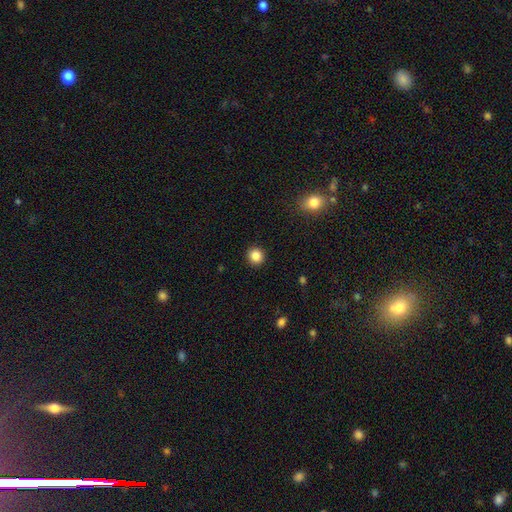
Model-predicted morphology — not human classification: type=smooth (86%); roundness=round (92%); merging=none (92%).